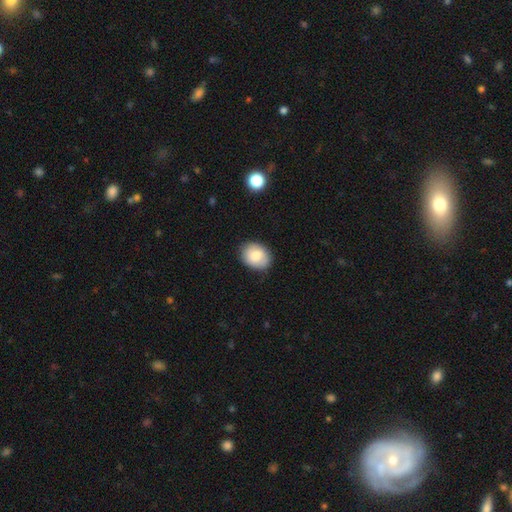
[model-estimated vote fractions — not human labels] smooth_or_featured: smooth (p=0.81) [alt: featured or disk p=0.11]
how_rounded: in between (p=0.56) [alt: round p=0.44]
merging: none (p=0.85) [alt: minor disturbance p=0.12]